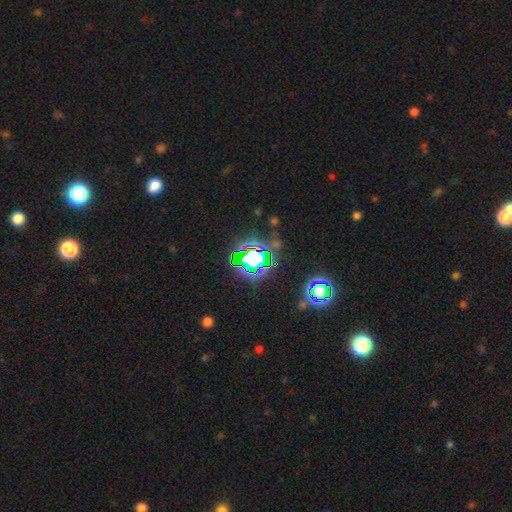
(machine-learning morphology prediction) smooth_or_featured: star or artifact (p=0.80) [alt: smooth p=0.12]